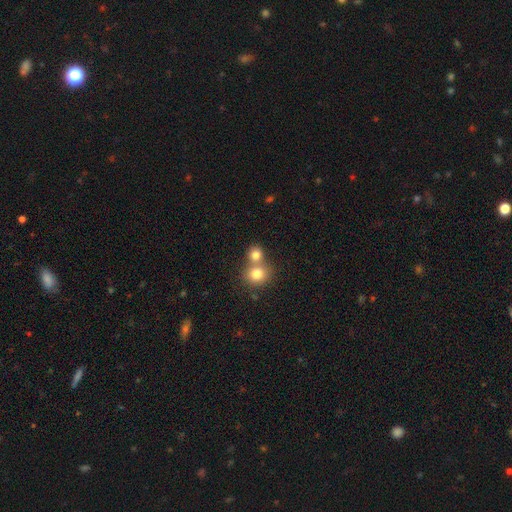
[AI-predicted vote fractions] Smooth or featured?
  - smooth: 79% *
  - star or artifact: 11%
  - featured or disk: 10%
How rounded?
  - round: 80% *
  - in between: 19%
  - cigar-shaped: 1%
Merging?
  - merger: 50% *
  - none: 41%
  - minor disturbance: 6%
  - major disturbance: 2%